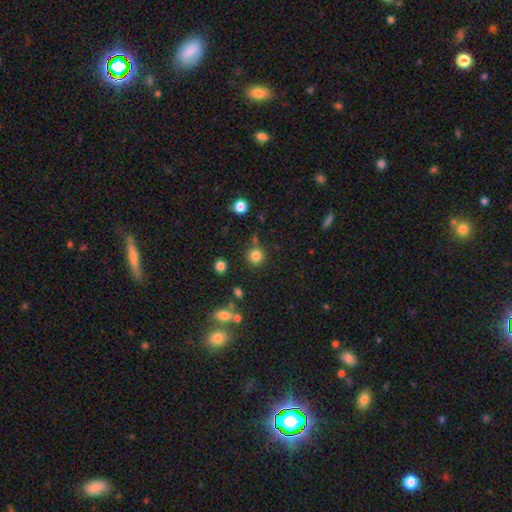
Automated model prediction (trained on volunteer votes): Q: Smooth or featured?
A: smooth (81%); runner-up: star or artifact (13%)
Q: How rounded?
A: round (93%); runner-up: in between (6%)
Q: Merging?
A: none (78%); runner-up: minor disturbance (9%)